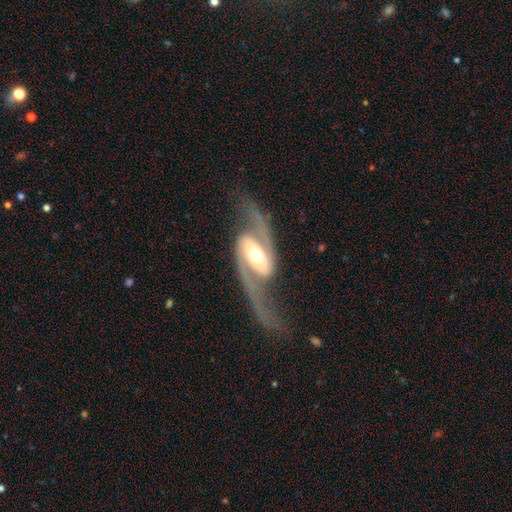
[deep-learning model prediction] This is clearly a featured or disk galaxy (91%). It is clearly not viewed edge-on (95%). Bar: marginally strong (36%). Spiral arm pattern: clearly yes (96%). Spiral arm count: clearly 2 (94%). Spiral winding: likely loose (67%). Central bulge: likely moderate (71%). Merging: likely none (66%).